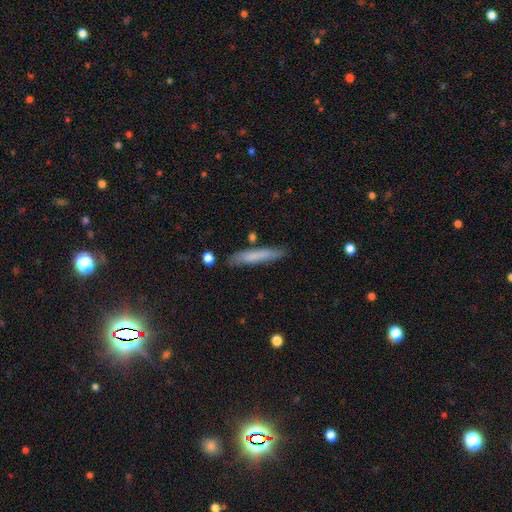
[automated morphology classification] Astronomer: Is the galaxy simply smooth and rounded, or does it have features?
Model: smooth — 74%.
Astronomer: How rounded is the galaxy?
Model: cigar-shaped — 91%.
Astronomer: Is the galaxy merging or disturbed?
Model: none — 81%.